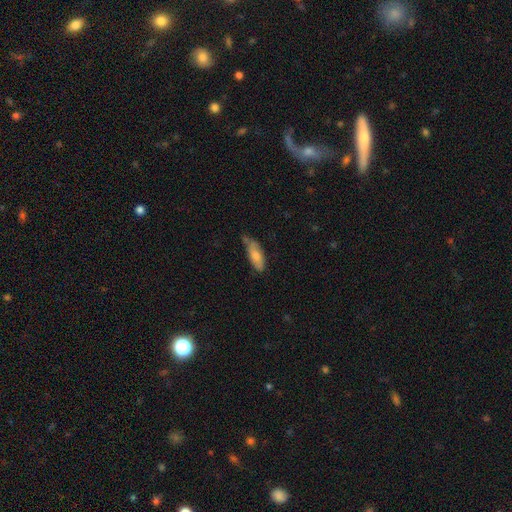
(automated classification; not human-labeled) A smooth galaxy with no disk features (75%) that is in between round and cigar-shaped (67%). Merging: none (49%).